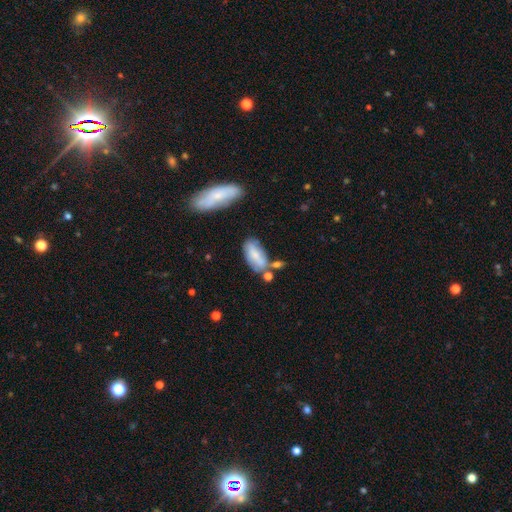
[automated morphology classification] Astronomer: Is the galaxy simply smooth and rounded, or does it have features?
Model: smooth — 68%.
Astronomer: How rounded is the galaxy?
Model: in between — 84%.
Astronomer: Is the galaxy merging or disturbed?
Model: none — 50%.